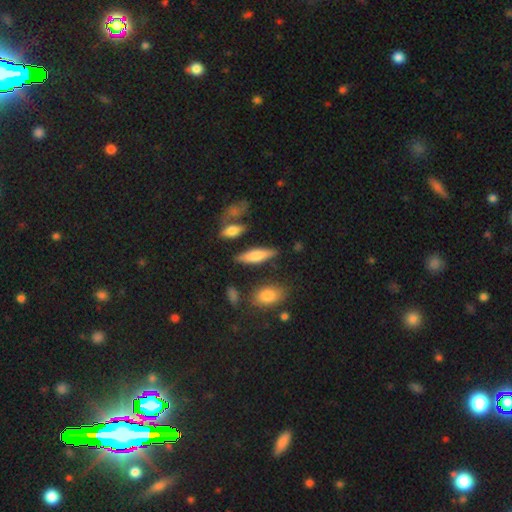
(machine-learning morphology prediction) A smooth galaxy with no disk features (64%) that is cigar-shaped (57%). Merging: none (79%).